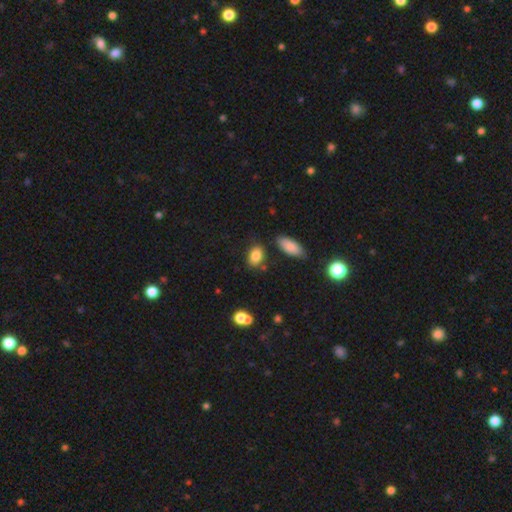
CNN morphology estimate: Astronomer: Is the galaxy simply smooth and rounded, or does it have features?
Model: smooth — 84%.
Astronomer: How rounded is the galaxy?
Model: in between — 80%.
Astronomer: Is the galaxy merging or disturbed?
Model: none — 73%.